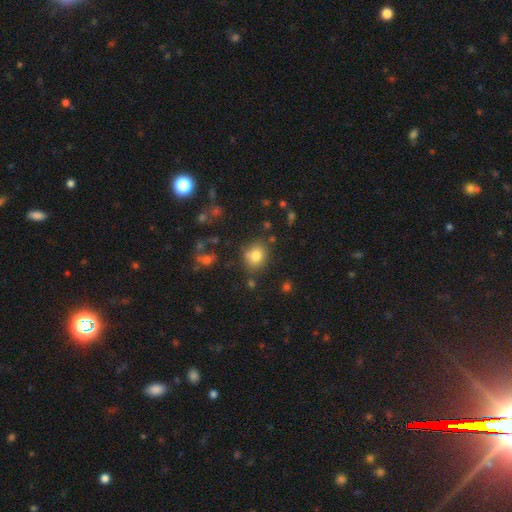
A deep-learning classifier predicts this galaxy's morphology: The model was most divided on "how rounded": round: 59%, in between: 40%, cigar-shaped: 1%. More confident: smooth or featured — smooth (80%); merging — none (73%).